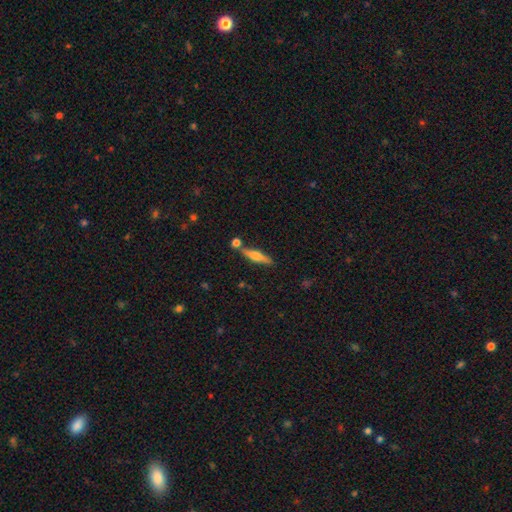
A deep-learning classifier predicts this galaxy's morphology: Smooth or featured?
  - featured or disk: 53% *
  - smooth: 40%
  - star or artifact: 7%
Edge-on disk?
  - yes: 95% *
  - no: 5%
Edge-on bulge?
  - rounded: 87% *
  - boxy: 8%
  - none: 5%
Merging?
  - none: 76% *
  - merger: 11%
  - minor disturbance: 11%
  - major disturbance: 3%